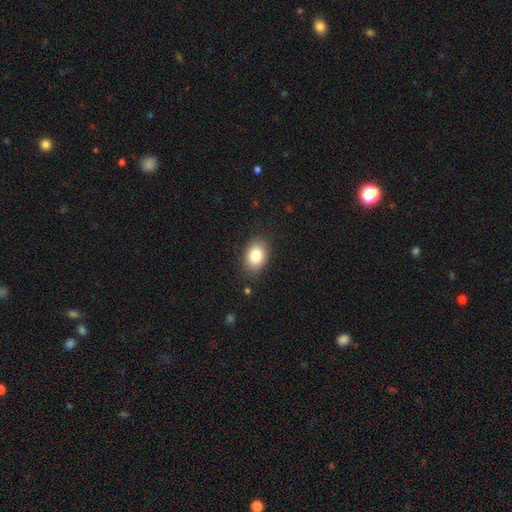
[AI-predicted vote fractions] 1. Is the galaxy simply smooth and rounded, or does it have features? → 84% smooth, 8% featured or disk, 8% star or artifact.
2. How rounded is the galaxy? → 79% in between, 20% round, 1% cigar-shaped.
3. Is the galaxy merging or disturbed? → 85% none, 11% minor disturbance, 3% major disturbance, 1% merger.